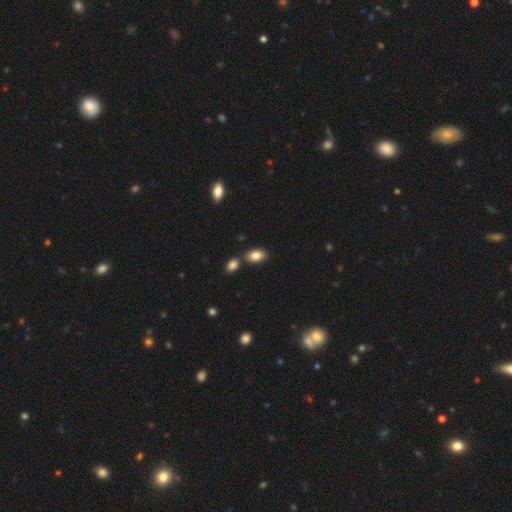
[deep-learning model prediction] Smooth or featured? Predicted: smooth (p=0.85). How rounded? Predicted: in between (p=0.90). Merging? Predicted: none (p=0.73).